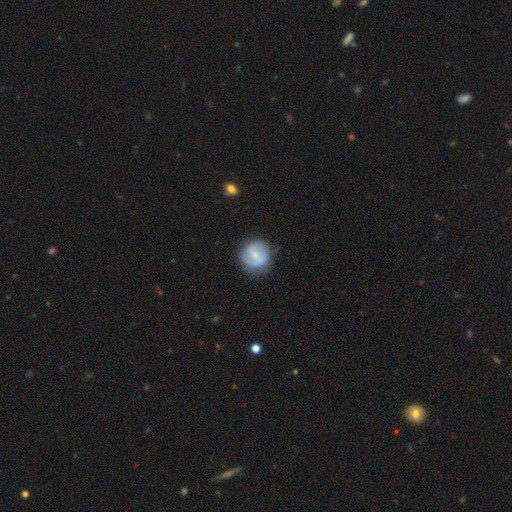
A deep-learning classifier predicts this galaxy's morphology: Smooth or featured?
  - smooth: 51% *
  - featured or disk: 42%
  - star or artifact: 6%
How rounded?
  - round: 88% *
  - in between: 11%
  - cigar-shaped: 1%
Merging?
  - none: 74% *
  - minor disturbance: 18%
  - major disturbance: 6%
  - merger: 1%